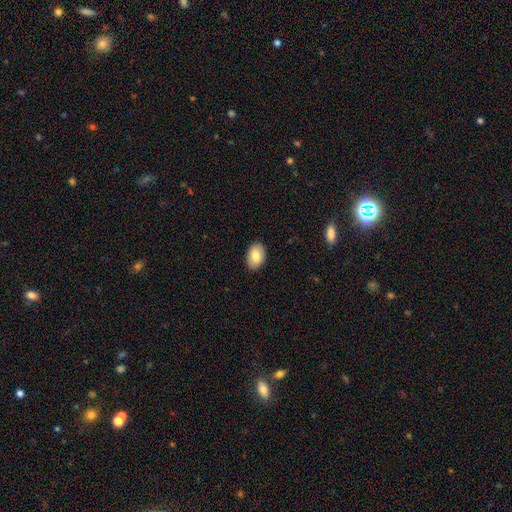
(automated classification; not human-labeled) smooth_or_featured: smooth (p=0.81) [alt: featured or disk p=0.12]
how_rounded: in between (p=0.88) [alt: round p=0.11]
merging: none (p=0.89) [alt: minor disturbance p=0.09]